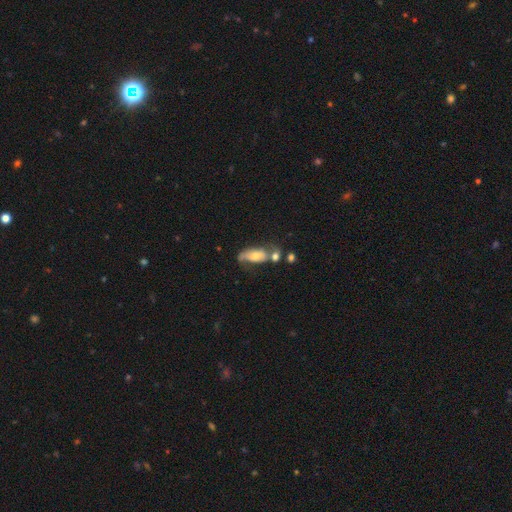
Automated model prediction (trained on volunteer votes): This is possibly a smooth galaxy (49%). Merging: marginally none (32%).